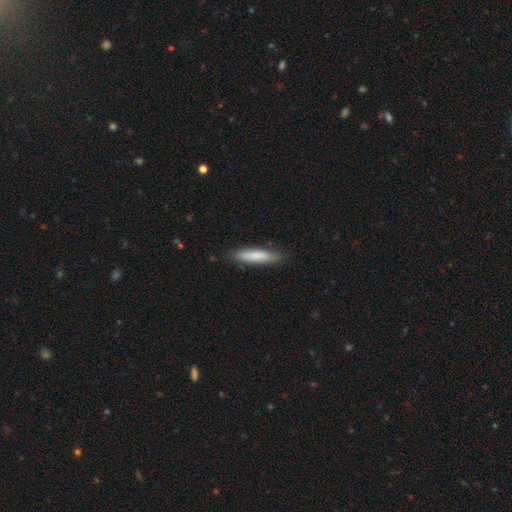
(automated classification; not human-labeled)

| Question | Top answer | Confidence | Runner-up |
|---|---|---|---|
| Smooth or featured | smooth | 79% | featured or disk (15%) |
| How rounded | cigar-shaped | 84% | in between (14%) |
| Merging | none | 84% | minor disturbance (12%) |